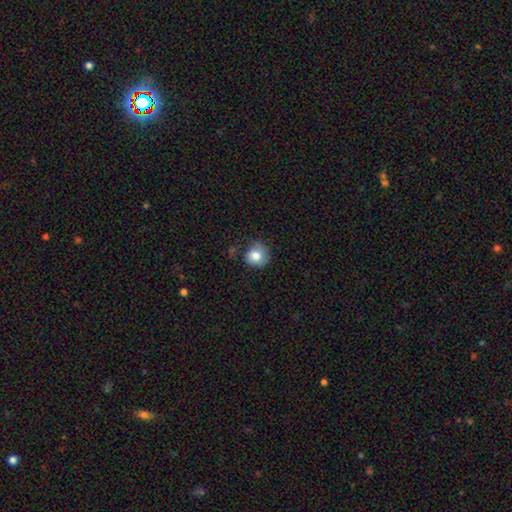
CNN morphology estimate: type=smooth (81%); roundness=round (85%); merging=none (64%).